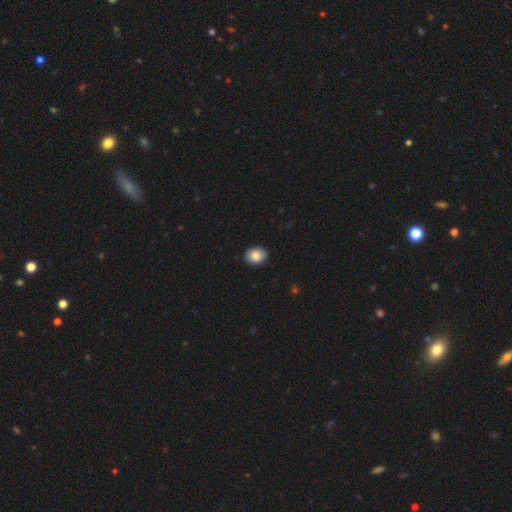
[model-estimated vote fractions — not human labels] This is clearly a smooth galaxy (88%). How rounded: likely in between (63%). Merging: clearly none (88%).